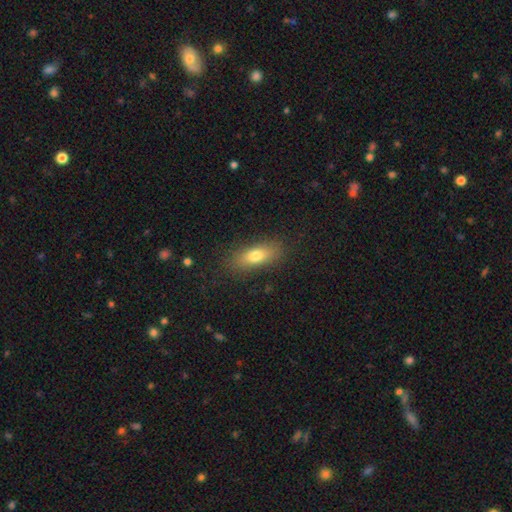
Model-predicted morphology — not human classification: A smooth galaxy with no disk features (75%) that is in between round and cigar-shaped (69%). Merging: none (84%).